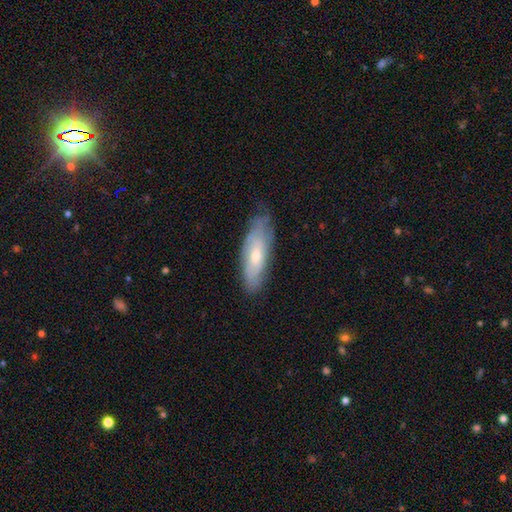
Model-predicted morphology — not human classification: Smooth or featured?
  - featured or disk: 50% *
  - smooth: 43%
  - star or artifact: 7%
Merging?
  - none: 69% *
  - minor disturbance: 24%
  - major disturbance: 5%
  - merger: 1%